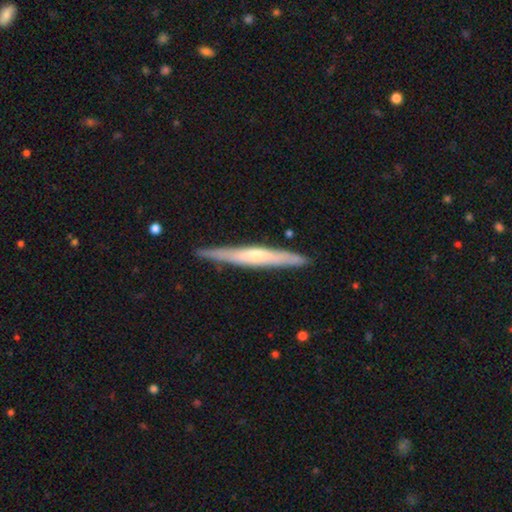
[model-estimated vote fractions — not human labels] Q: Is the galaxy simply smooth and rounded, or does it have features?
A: featured or disk — 59%.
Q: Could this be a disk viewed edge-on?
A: yes — 94%.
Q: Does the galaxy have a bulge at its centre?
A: rounded — 55%.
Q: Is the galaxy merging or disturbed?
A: none — 88%.